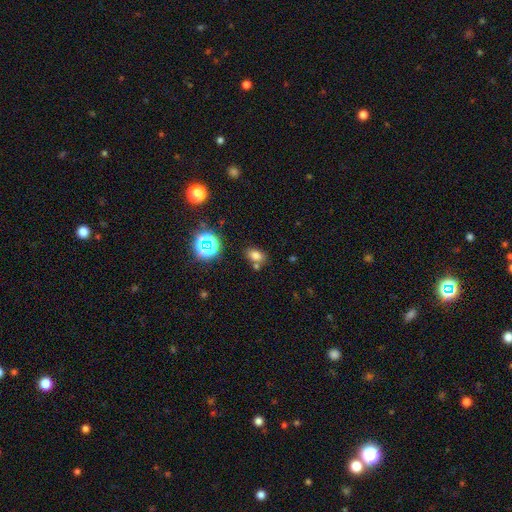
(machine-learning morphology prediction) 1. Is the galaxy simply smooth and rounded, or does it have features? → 71% smooth, 20% star or artifact, 8% featured or disk.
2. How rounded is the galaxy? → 73% in between, 26% round, 1% cigar-shaped.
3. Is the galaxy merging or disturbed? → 68% none, 16% merger, 12% minor disturbance, 4% major disturbance.